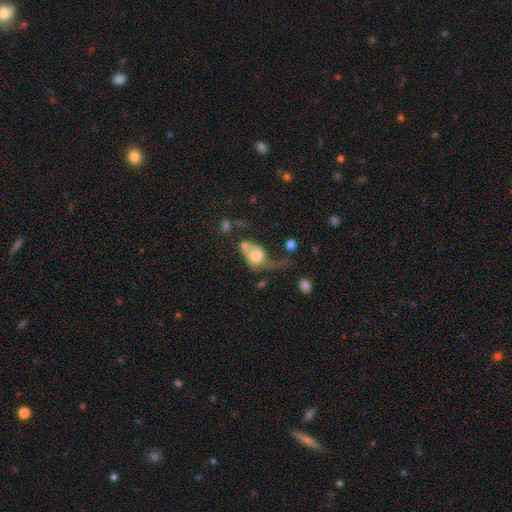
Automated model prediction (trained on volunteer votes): Smooth or featured? Predicted: smooth (p=0.60). How rounded? Predicted: round (p=0.49, tied with in between). Merging? Predicted: major disturbance (p=0.39).